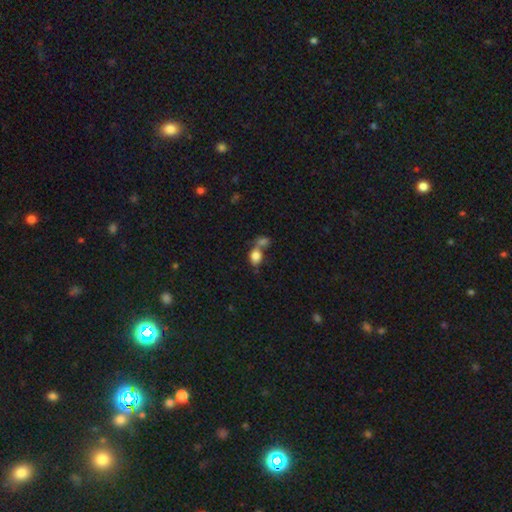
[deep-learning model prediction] smooth 80%, star or artifact 10%, featured or disk 10%. Down the decision tree: how rounded — in between (67%); merging — merger (51%).